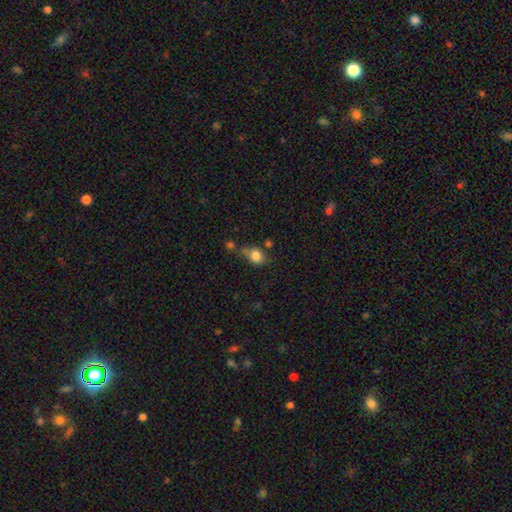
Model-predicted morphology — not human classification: type=smooth (81%); roundness=round (55%); merging=none (47%).